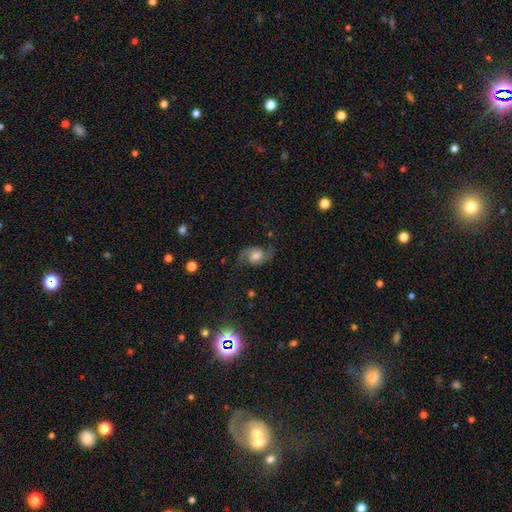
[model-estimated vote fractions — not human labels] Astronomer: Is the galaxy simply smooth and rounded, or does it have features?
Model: featured or disk — 76%.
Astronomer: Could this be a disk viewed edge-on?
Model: no — 97%.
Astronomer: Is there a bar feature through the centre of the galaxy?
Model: no — 59% (runner-up: weak, 34%).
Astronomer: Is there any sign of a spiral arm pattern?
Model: yes — 95%.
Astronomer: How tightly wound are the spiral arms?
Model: loose — 46% (runner-up: medium, 42%).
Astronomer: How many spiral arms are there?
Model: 2 — 92%.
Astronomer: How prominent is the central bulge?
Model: moderate — 59%.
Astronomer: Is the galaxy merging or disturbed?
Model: none — 73%.